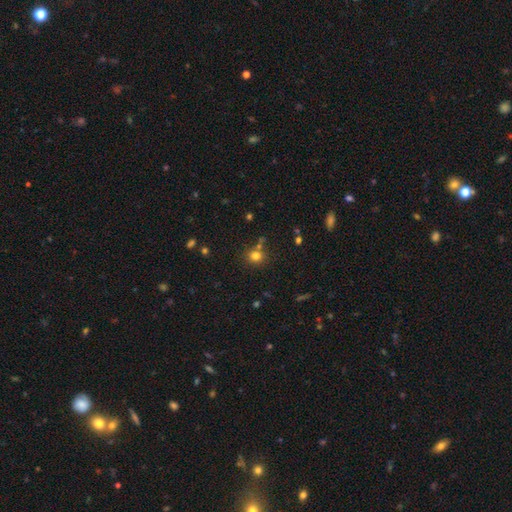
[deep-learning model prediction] smooth 77%, star or artifact 16%, featured or disk 7%. Down the decision tree: how rounded — round (80%); merging — none (74%).